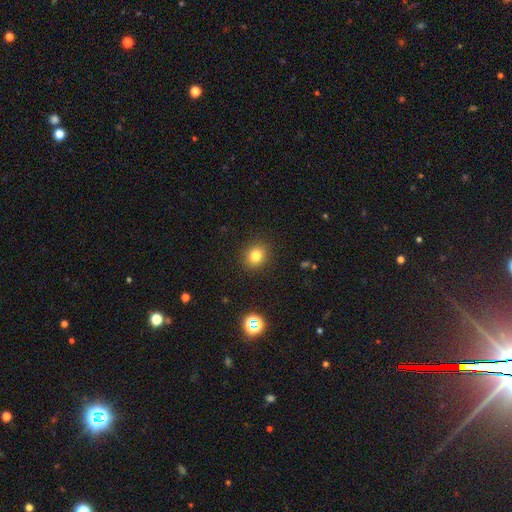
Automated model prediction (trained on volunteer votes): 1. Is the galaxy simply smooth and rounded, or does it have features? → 79% smooth, 14% star or artifact, 7% featured or disk.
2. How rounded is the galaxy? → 74% round, 25% in between, 1% cigar-shaped.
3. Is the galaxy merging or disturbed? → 90% none, 7% minor disturbance, 2% major disturbance, 1% merger.